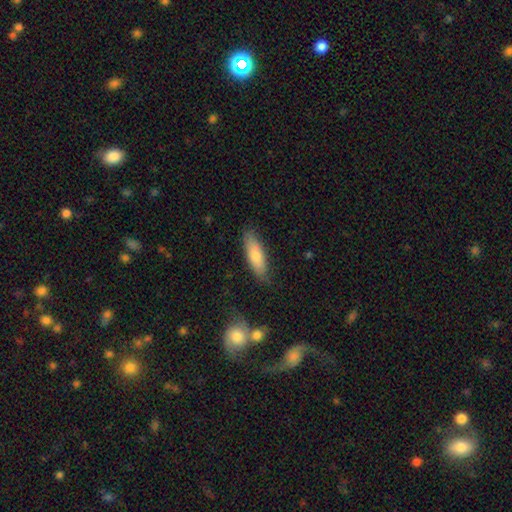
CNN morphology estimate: Smooth or featured?
  - smooth: 74% *
  - featured or disk: 20%
  - star or artifact: 6%
How rounded?
  - cigar-shaped: 50% *
  - in between: 48%
  - round: 2%
Merging?
  - none: 81% *
  - minor disturbance: 14%
  - major disturbance: 3%
  - merger: 2%